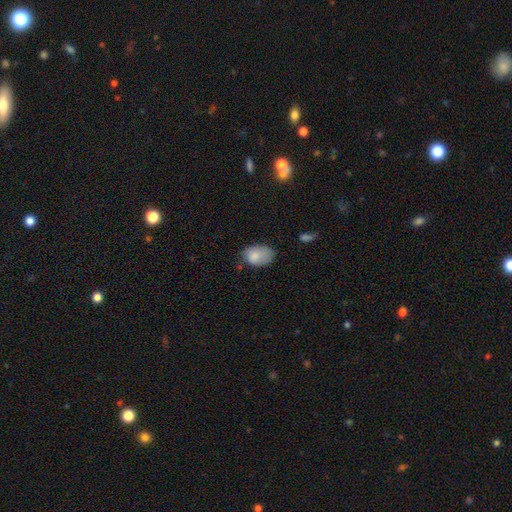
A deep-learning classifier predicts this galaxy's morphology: Smooth or featured? smooth (81%)
How rounded? in between (85%)
Merging? none (48%)